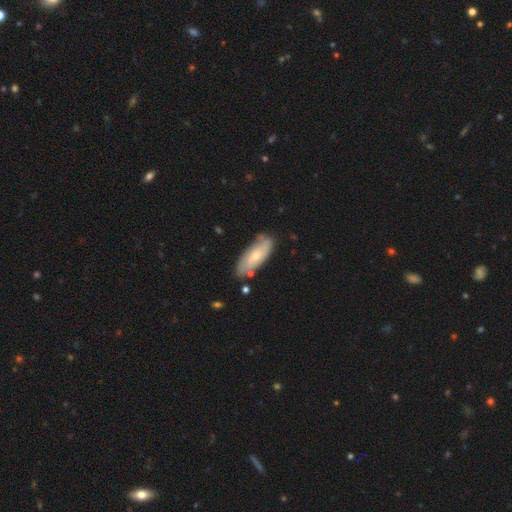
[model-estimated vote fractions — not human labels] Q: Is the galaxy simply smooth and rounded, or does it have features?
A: smooth — 48%.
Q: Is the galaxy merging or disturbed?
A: none — 71%.